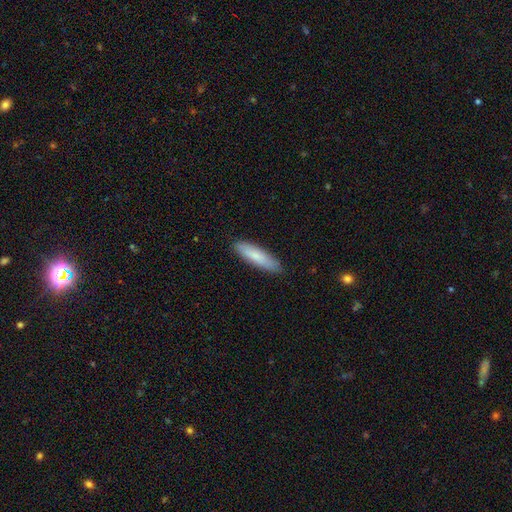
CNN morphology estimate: Smooth or featured? Predicted: smooth (p=0.80). How rounded? Predicted: cigar-shaped (p=0.72). Merging? Predicted: none (p=0.87).